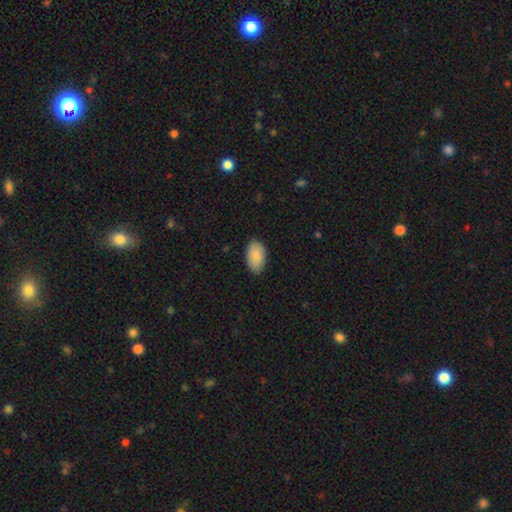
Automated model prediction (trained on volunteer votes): smooth_or_featured: smooth (p=0.90) [alt: star or artifact p=0.06]
how_rounded: in between (p=0.95) [alt: round p=0.04]
merging: none (p=0.85) [alt: minor disturbance p=0.12]